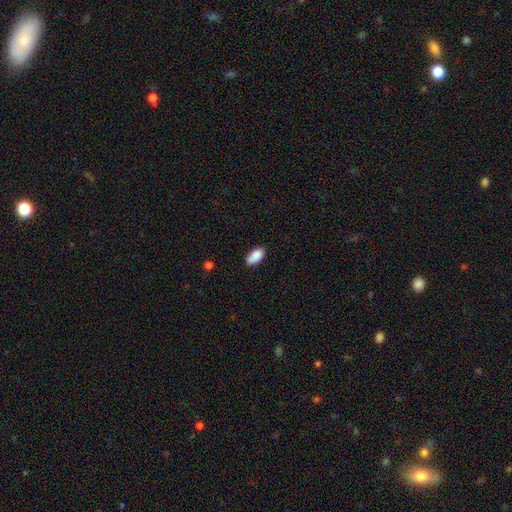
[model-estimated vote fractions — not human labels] The model was most divided on "merging": none: 72%, minor disturbance: 21%, major disturbance: 4%, merger: 3%. More confident: how rounded — in between (93%); smooth or featured — smooth (86%).